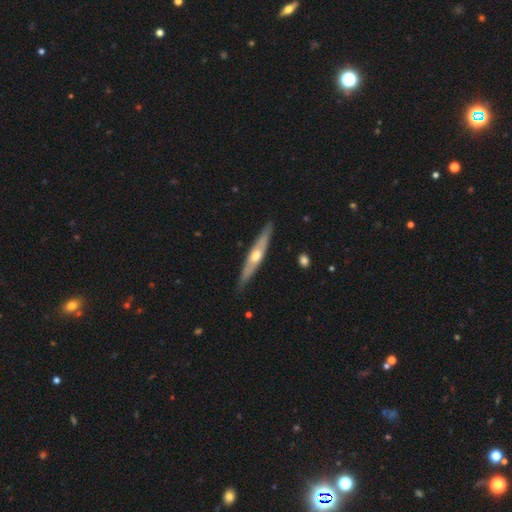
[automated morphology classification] Smooth or featured? featured or disk (63%)
Edge-on disk? yes (89%)
Edge-on bulge? rounded (85%)
Merging? none (87%)